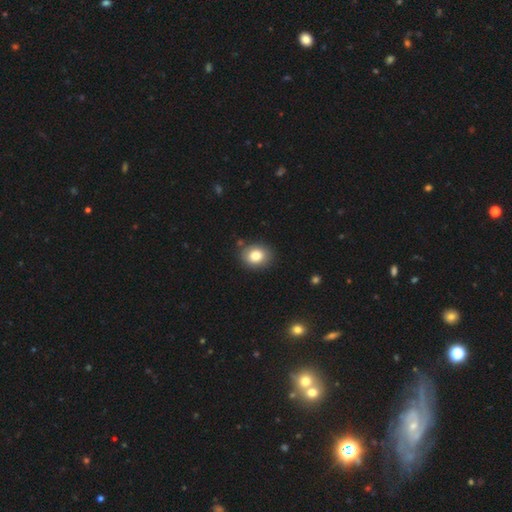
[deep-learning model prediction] smooth_or_featured: smooth (p=0.83) [alt: star or artifact p=0.09]
how_rounded: round (p=0.56) [alt: in between p=0.43]
merging: none (p=0.84) [alt: minor disturbance p=0.11]